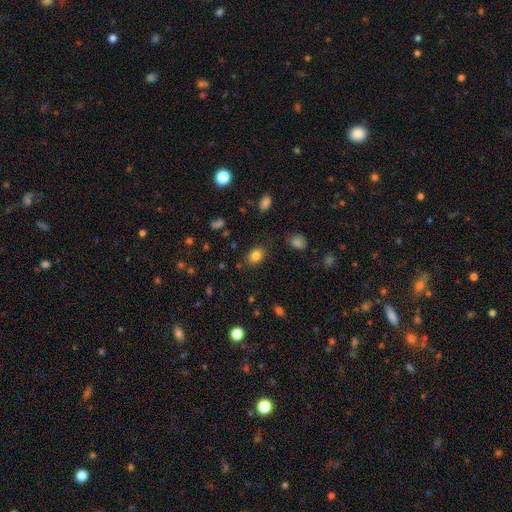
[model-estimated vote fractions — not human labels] Q: Smooth or featured?
A: smooth (82%); runner-up: star or artifact (12%)
Q: How rounded?
A: in between (59%); runner-up: round (40%)
Q: Merging?
A: none (83%); runner-up: minor disturbance (11%)